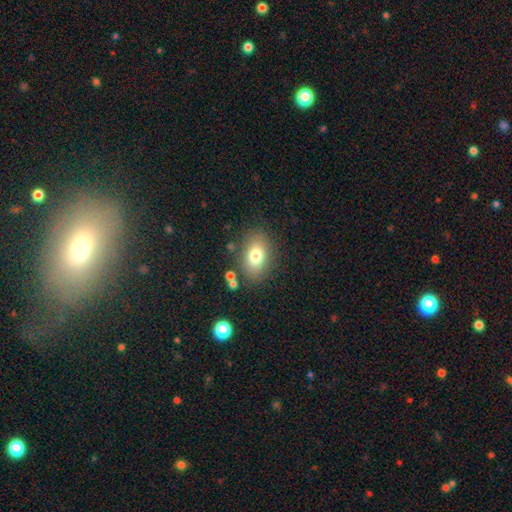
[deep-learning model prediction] Q: Smooth or featured?
A: smooth (77%); runner-up: featured or disk (13%)
Q: How rounded?
A: in between (81%); runner-up: round (18%)
Q: Merging?
A: none (81%); runner-up: minor disturbance (11%)